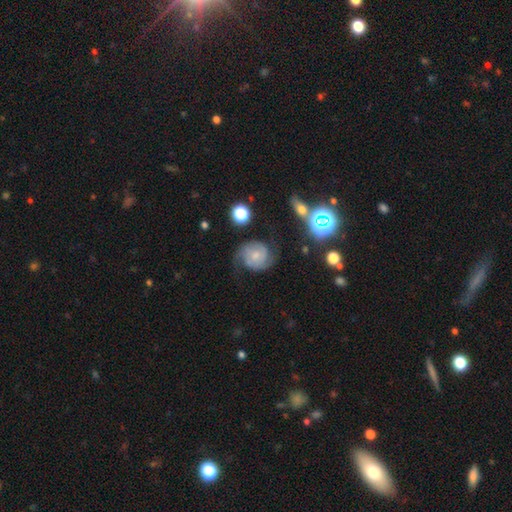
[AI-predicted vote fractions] A featured or disk galaxy (67%) with no bar (66%), 2 (71%) medium (41%) spiral arms (92%) and a small central bulge (51%).

Vote fractions:
- Smooth or featured? featured or disk: 67% / smooth: 24% / star or artifact: 9%
- Edge-on disk? no: 98% / yes: 2%
- Bar? no: 66% / weak: 29% / strong: 5%
- Spiral arms? yes: 92% / no: 8%
- Spiral winding? medium: 41% / tight: 40% / loose: 18%
- Spiral arm count? 2: 71% / can't tell: 14% / 3: 7% / 1: 4% / 4: 2% / more than 4: 2%
- Bulge size? small: 51% / moderate: 37% / none: 7% / large: 3% / dominant: 1%
- Merging? none: 60% / minor disturbance: 23% / major disturbance: 14% / merger: 3%